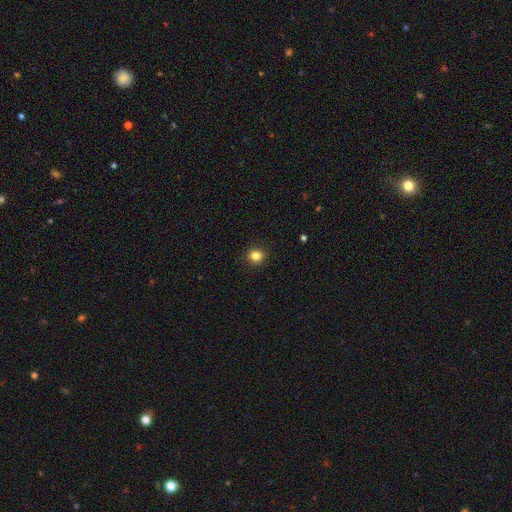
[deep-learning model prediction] A smooth galaxy with no disk features (84%) that is round (85%). Merging: none (92%).